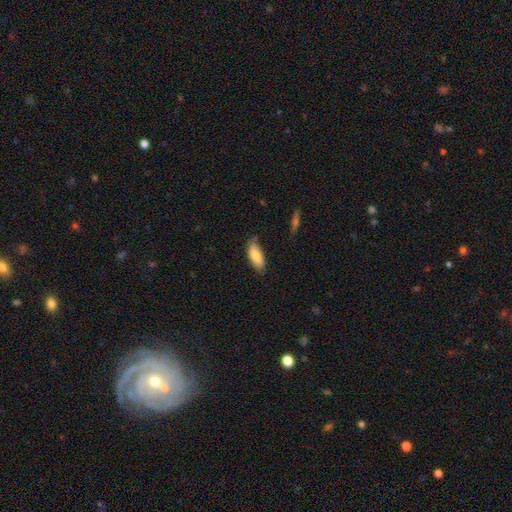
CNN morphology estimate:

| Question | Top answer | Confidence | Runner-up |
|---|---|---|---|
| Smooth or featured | smooth | 81% | featured or disk (13%) |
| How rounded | in between | 77% | cigar-shaped (21%) |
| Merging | none | 72% | minor disturbance (22%) |